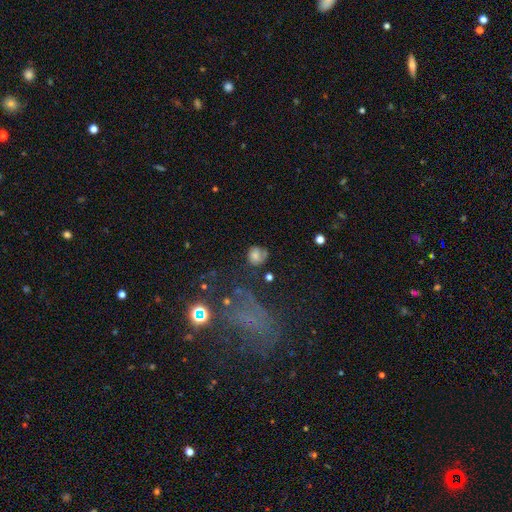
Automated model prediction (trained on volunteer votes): This appears to be a smooth galaxy with no disk features (66%) that is round (80%). Merging: none (56%).